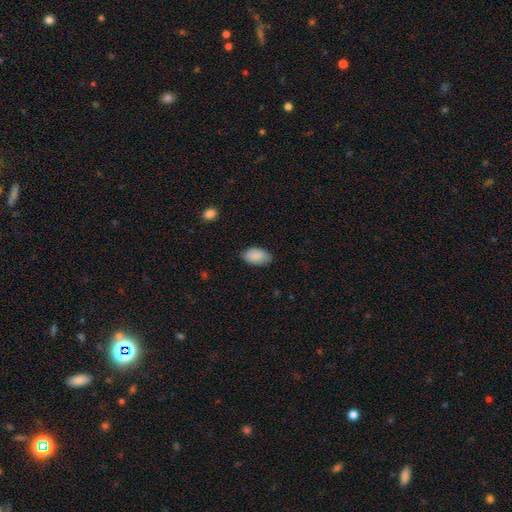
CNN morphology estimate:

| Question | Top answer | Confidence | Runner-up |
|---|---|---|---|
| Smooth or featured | smooth | 89% | star or artifact (7%) |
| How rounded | in between | 94% | round (5%) |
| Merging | none | 80% | minor disturbance (16%) |